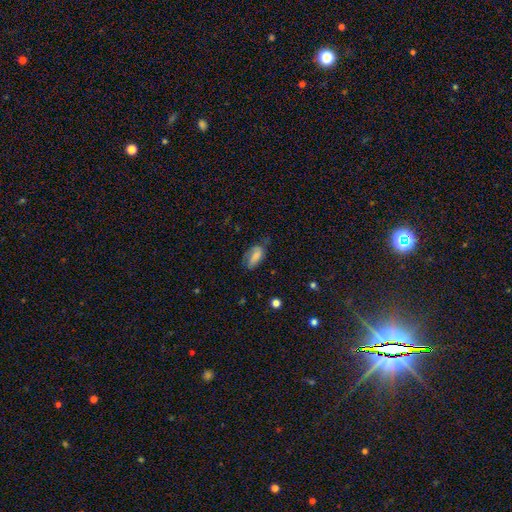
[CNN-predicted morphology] smooth_or_featured: smooth (p=0.67) [alt: featured or disk p=0.24]
how_rounded: in between (p=0.85) [alt: cigar-shaped p=0.11]
merging: none (p=0.54) [alt: minor disturbance p=0.31]